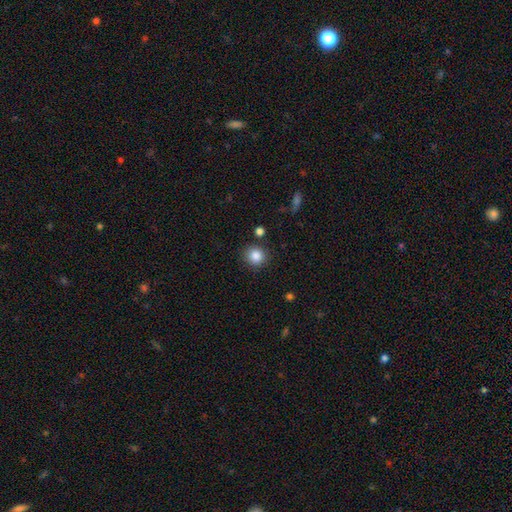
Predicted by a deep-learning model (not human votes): A smooth galaxy with no disk features (86%) that is round (88%).

Vote fractions:
- Smooth or featured? smooth: 86% / star or artifact: 10% / featured or disk: 4%
- How rounded? round: 88% / in between: 11% / cigar-shaped: 1%
- Merging? none: 85% / minor disturbance: 8% / merger: 3% / major disturbance: 3%